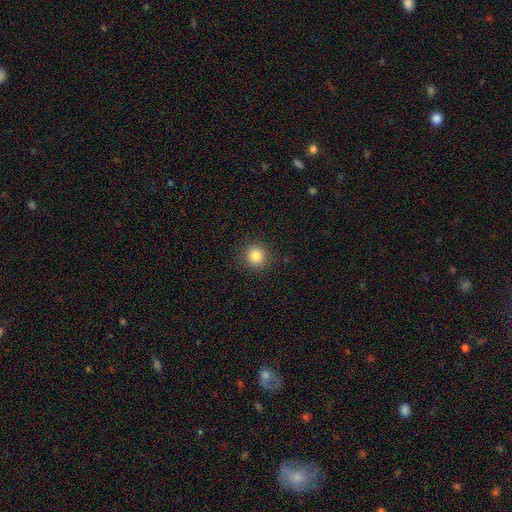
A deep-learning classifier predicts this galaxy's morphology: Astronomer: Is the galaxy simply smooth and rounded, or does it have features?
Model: smooth — 83%.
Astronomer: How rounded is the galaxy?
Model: round — 93%.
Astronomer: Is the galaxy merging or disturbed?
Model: none — 91%.